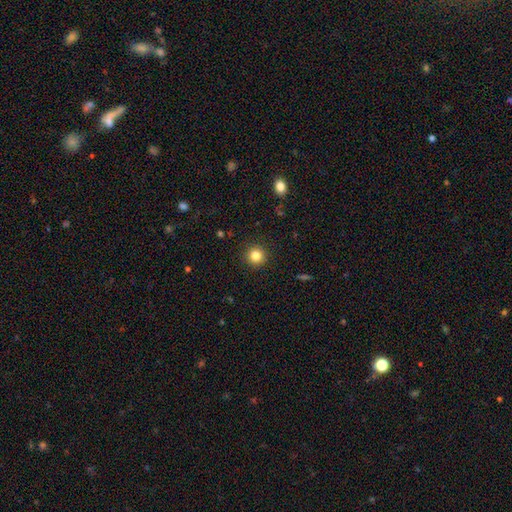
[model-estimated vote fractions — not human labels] Smooth or featured?
  - smooth: 83% *
  - star or artifact: 11%
  - featured or disk: 6%
How rounded?
  - round: 94% *
  - in between: 5%
  - cigar-shaped: 1%
Merging?
  - none: 92% *
  - minor disturbance: 5%
  - major disturbance: 2%
  - merger: 1%